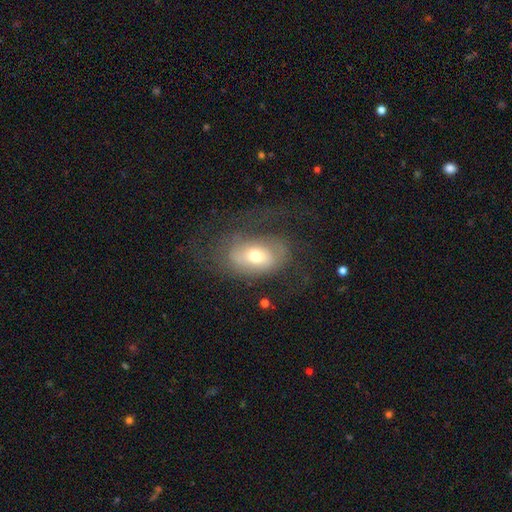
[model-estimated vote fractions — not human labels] smooth 48%, featured or disk 43%, star or artifact 9%. Down the decision tree: merging — none (48%).